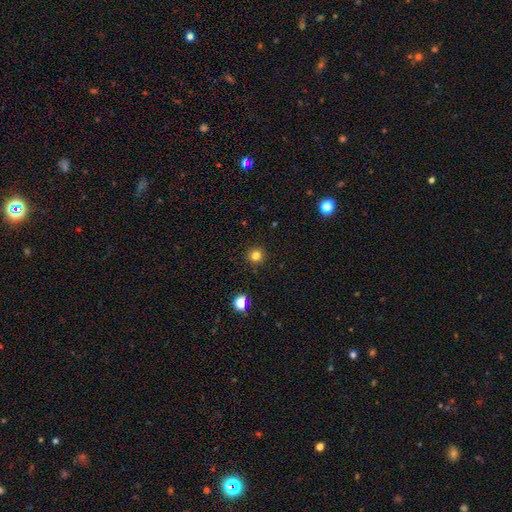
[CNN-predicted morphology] A smooth galaxy with no disk features (82%) that is round (93%).

Vote fractions:
- Smooth or featured? smooth: 82% / star or artifact: 14% / featured or disk: 5%
- How rounded? round: 93% / in between: 6% / cigar-shaped: 1%
- Merging? none: 92% / minor disturbance: 5% / major disturbance: 2% / merger: 1%